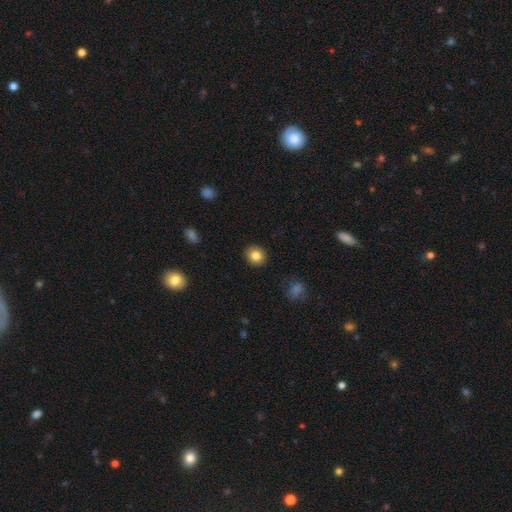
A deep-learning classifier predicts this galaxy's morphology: Overall: smooth (83%). How rounded: round (71%). Merging: none (90%).